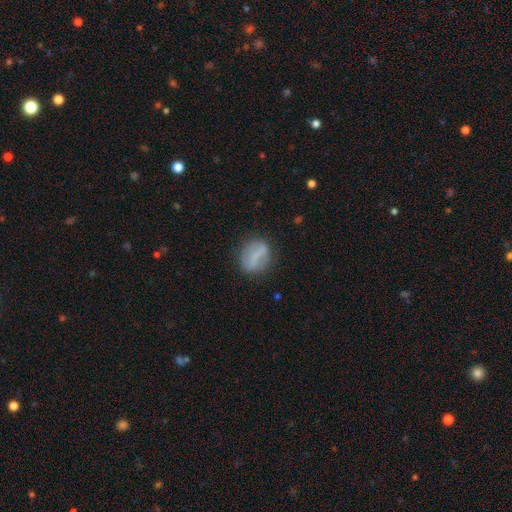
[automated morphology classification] Smooth or featured? Predicted: smooth (p=0.51). How rounded? Predicted: in between (p=0.48). Merging? Predicted: none (p=0.76).